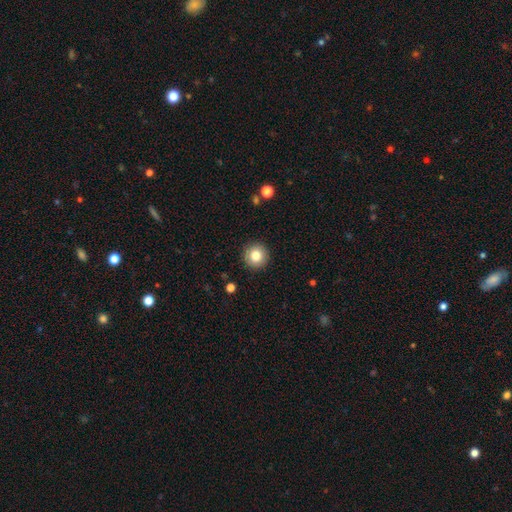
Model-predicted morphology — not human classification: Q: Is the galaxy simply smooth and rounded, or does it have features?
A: smooth — 82%.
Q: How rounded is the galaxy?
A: round — 96%.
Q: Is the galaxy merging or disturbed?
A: none — 92%.